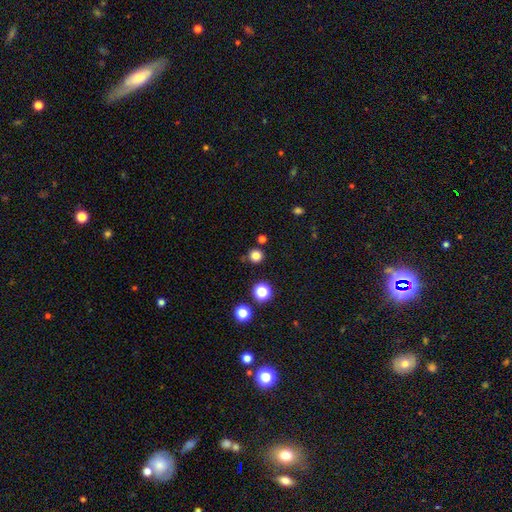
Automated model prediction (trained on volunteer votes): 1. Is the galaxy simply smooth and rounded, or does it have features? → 81% smooth, 16% star or artifact, 4% featured or disk.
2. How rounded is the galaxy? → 94% round, 5% in between, 1% cigar-shaped.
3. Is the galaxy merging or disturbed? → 88% none, 6% minor disturbance, 4% merger, 2% major disturbance.